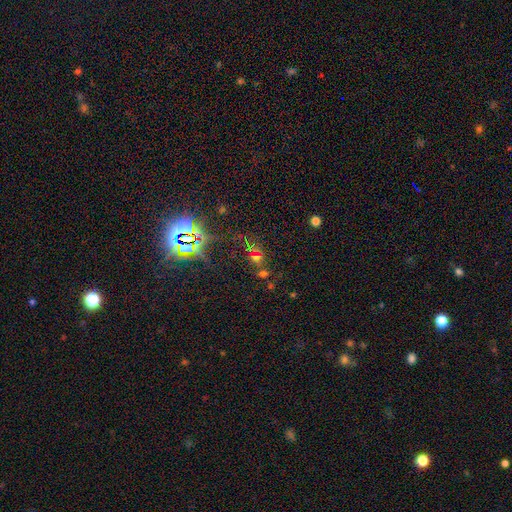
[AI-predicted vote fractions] This appears to be a star or artifact, not a galaxy (59%).